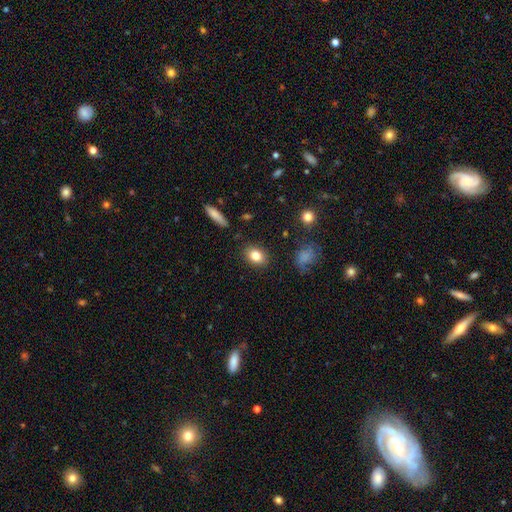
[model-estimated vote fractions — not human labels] Smooth or featured? smooth (82%)
How rounded? in between (69%)
Merging? none (86%)